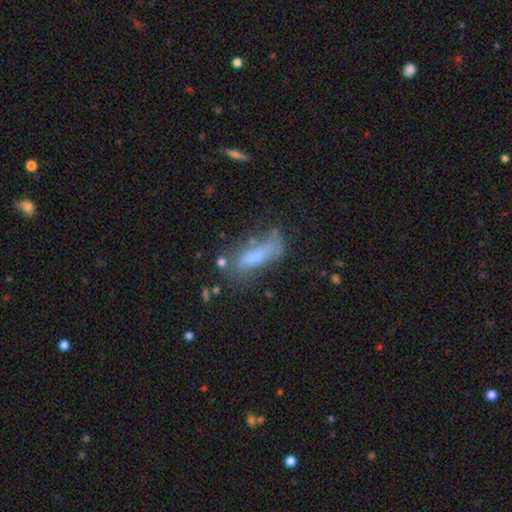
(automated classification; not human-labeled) Smooth or featured? smooth (58%)
How rounded? in between (55%)
Merging? none (36%)